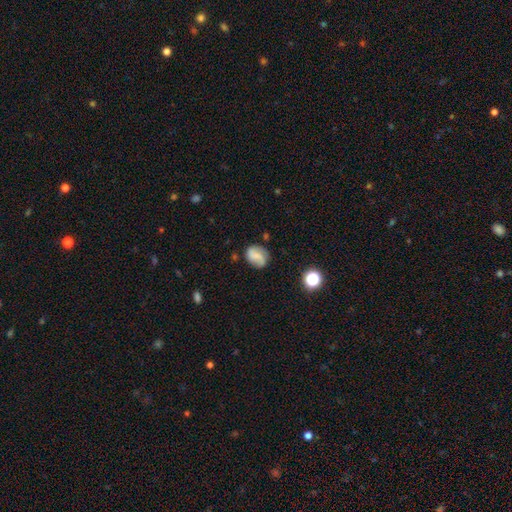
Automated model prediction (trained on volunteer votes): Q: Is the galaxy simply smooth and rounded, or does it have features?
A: smooth — 51%.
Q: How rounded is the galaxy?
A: round — 50%.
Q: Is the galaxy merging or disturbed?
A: none — 70%.